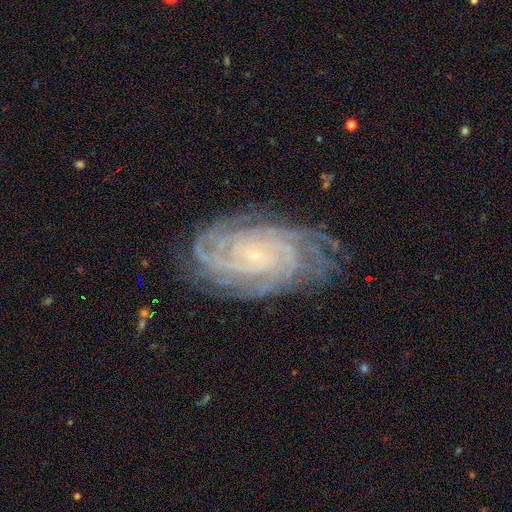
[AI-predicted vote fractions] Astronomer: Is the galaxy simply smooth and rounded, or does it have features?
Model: featured or disk — 89%.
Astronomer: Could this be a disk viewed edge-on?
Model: no — 97%.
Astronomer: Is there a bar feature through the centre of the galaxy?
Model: no — 71%.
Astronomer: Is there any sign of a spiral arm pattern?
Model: yes — 99%.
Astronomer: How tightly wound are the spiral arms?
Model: tight — 83%.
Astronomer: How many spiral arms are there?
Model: more than 4 — 31% (runner-up: 4, 25%).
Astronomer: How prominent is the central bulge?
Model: small — 88%.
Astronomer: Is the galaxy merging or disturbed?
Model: none — 80%.